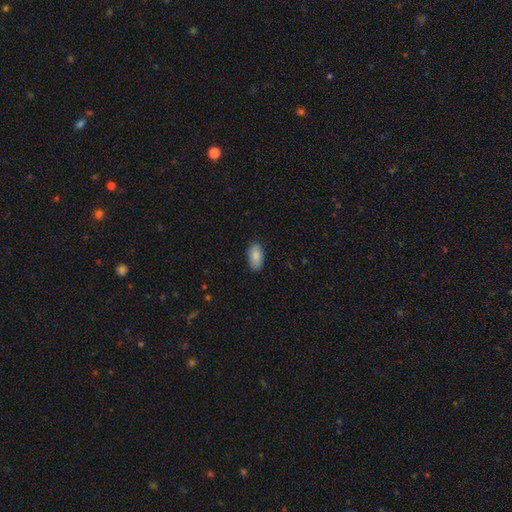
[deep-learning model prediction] This appears to be a smooth galaxy with no disk features (88%) that is in between round and cigar-shaped (94%). Merging: none (87%).